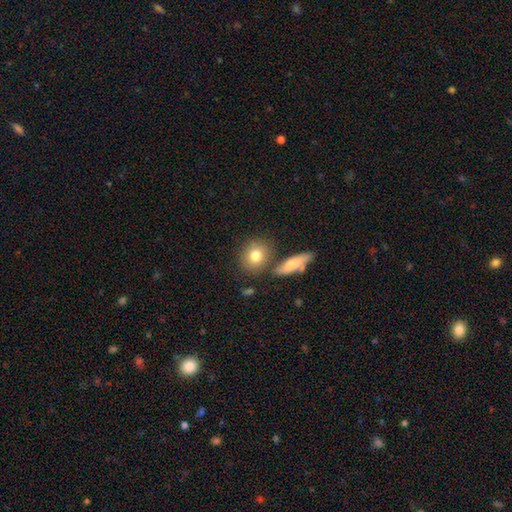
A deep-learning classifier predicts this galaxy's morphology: type=smooth (79%); roundness=round (73%); merging=none (73%).